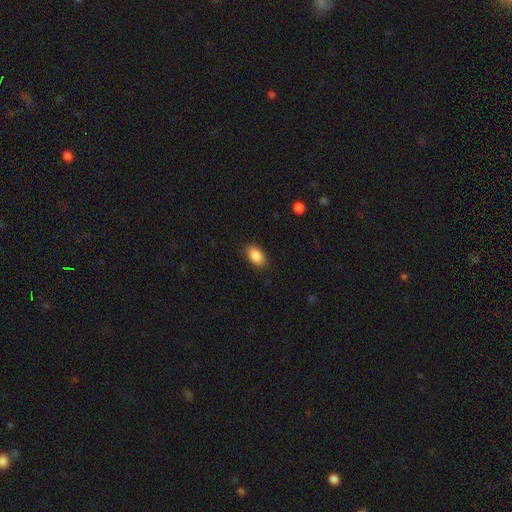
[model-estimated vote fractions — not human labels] Morphology: type=smooth (88%); roundness=in between (89%); merging=none (86%).